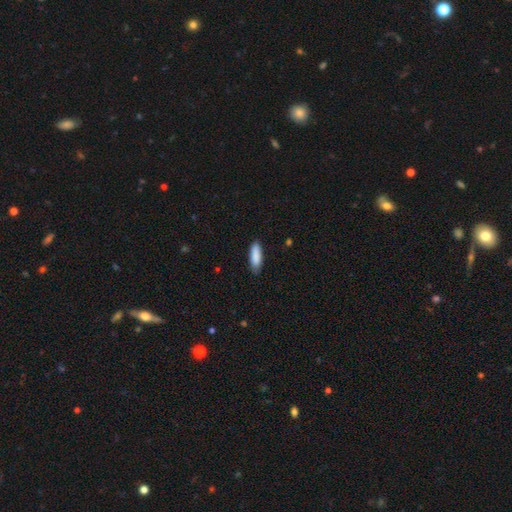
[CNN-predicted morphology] Q: Smooth or featured?
A: smooth (88%); runner-up: star or artifact (6%)
Q: How rounded?
A: in between (53%); runner-up: cigar-shaped (46%)
Q: Merging?
A: none (81%); runner-up: minor disturbance (16%)